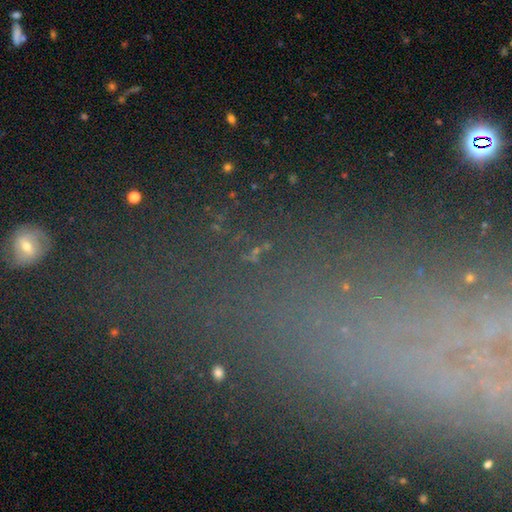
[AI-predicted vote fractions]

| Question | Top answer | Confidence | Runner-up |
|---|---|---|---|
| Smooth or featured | star or artifact | 67% | smooth (18%) |